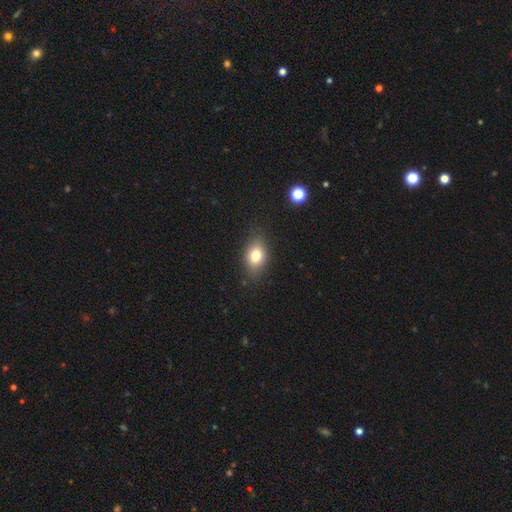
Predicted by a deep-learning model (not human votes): This appears to be a smooth galaxy with no disk features (76%) that is in between round and cigar-shaped (75%). Merging: none (81%).